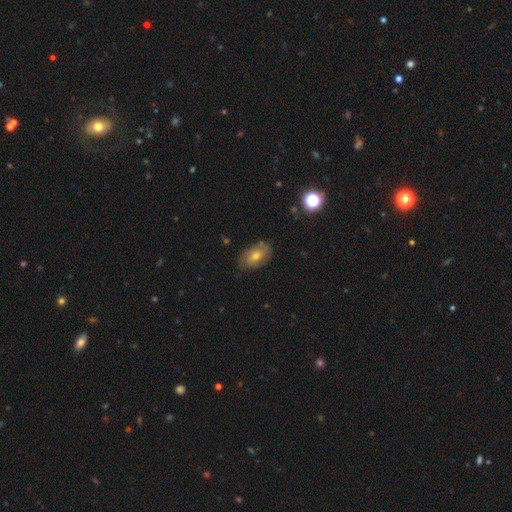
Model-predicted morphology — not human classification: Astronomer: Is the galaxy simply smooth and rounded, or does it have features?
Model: featured or disk — 47% (runner-up: smooth, 41%).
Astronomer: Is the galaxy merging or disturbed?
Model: none — 75%.